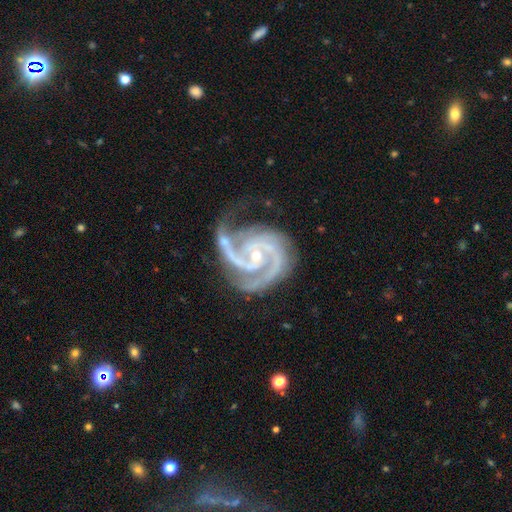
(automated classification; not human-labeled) The model was most divided on "spiral winding" (2-way tie): medium: 47%, tight: 47%, loose: 5%. More confident: spiral arms — yes (99%); edge-on disk — no (98%); smooth or featured — featured or disk (94%); bulge size — small (73%); spiral arm count — 2 (58%); bar — no (54%); merging — none (53%).